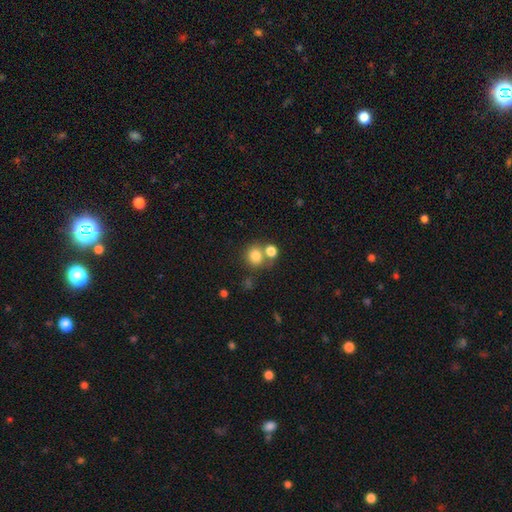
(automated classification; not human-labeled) smooth 80%, star or artifact 12%, featured or disk 8%. Down the decision tree: how rounded — round (79%); merging — none (55%).